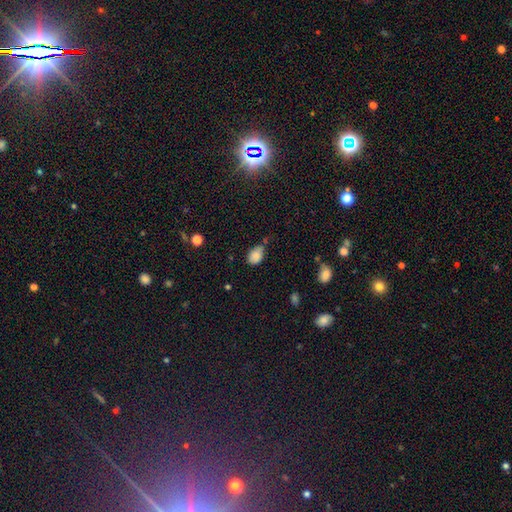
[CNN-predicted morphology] Q: Smooth or featured?
A: smooth (84%); runner-up: star or artifact (10%)
Q: How rounded?
A: in between (78%); runner-up: round (21%)
Q: Merging?
A: none (44%); runner-up: minor disturbance (39%)